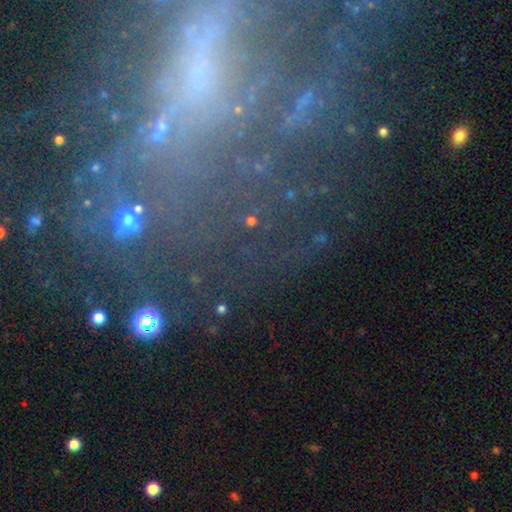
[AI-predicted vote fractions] A featured or disk galaxy (41%, tied with star or artifact).

Vote fractions:
- Smooth or featured? featured or disk: 41% (tied) / star or artifact: 41% (tied) / smooth: 18%
- Merging? none: 68% / minor disturbance: 15% / major disturbance: 12% / merger: 5%